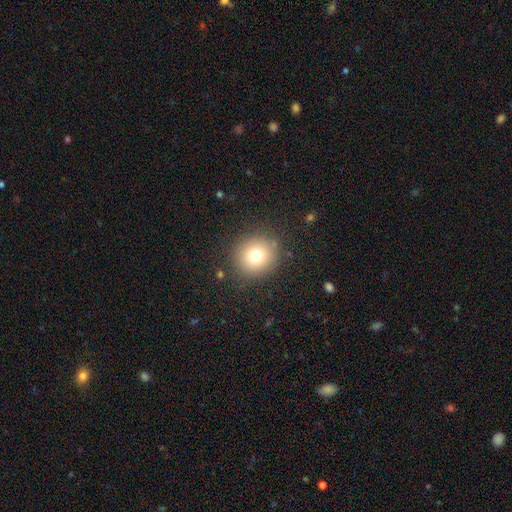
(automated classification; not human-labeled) Overall: smooth (75%). How rounded: round (89%). Merging: none (87%).